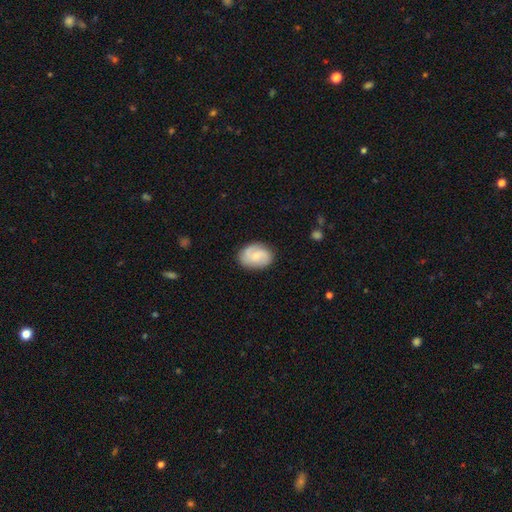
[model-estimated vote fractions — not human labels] Morphology: type=featured or disk (48%); merging=none (80%).